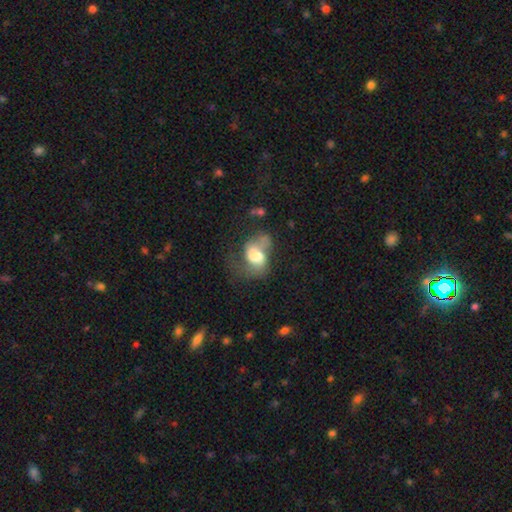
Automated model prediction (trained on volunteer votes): This appears to be a smooth galaxy with no disk features (46%). Merging: major disturbance (41%).